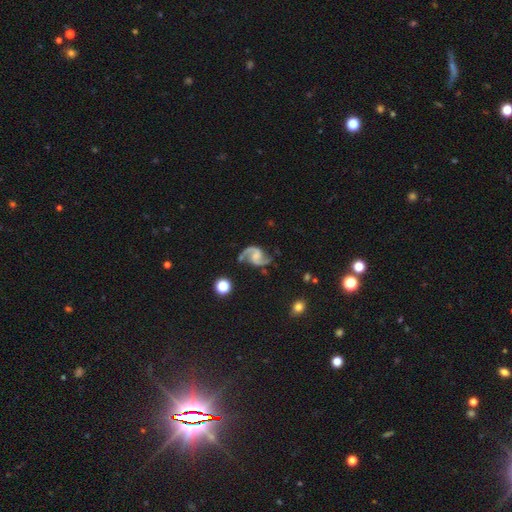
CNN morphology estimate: smooth-or-featured: featured or disk: 92% | star or artifact: 4% | smooth: 4%
  disk-edge-on: no: 98% | yes: 2%
    bar: no: 49% | weak: 40% | strong: 11%
    has-spiral-arms: yes: 98% | no: 2%
      spiral-winding: medium: 50% | loose: 41% | tight: 10%
      spiral-arm-count: 2: 94% | 1: 1% | can't tell: 1% | 3: 1% | 4: 1% | more than 4: 1%
    bulge-size: none: 35% (tied) | small: 35% (tied) | moderate: 24% | large: 5% | dominant: 2%
  merging: none: 74% | minor disturbance: 16% | major disturbance: 6% | merger: 3%